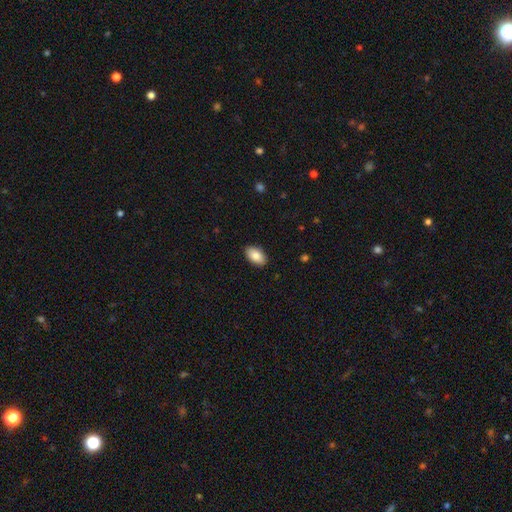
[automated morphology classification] This is clearly a smooth galaxy (85%). How rounded: clearly in between (94%). Merging: clearly none (89%).